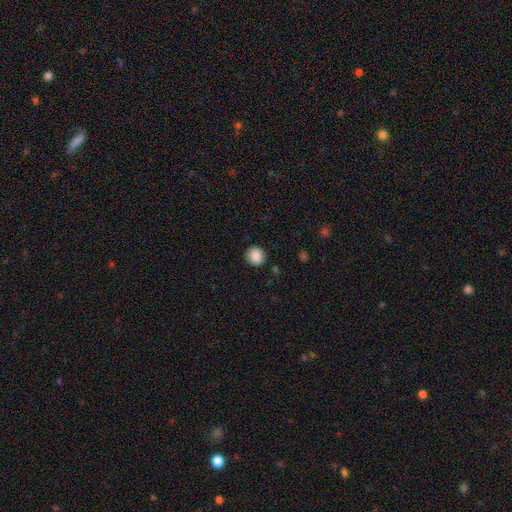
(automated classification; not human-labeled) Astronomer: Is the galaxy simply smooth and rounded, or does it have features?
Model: smooth — 87%.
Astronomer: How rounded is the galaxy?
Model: round — 89%.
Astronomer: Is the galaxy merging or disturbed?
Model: none — 90%.